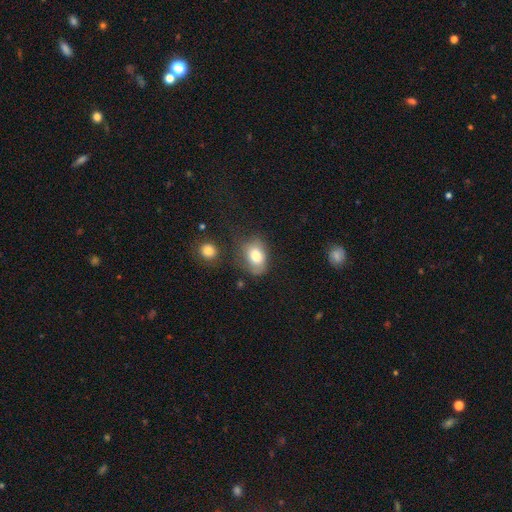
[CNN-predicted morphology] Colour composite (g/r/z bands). It shows a smooth galaxy with no disk features (79%) that is in between round and cigar-shaped (80%). Merging: none (56%).